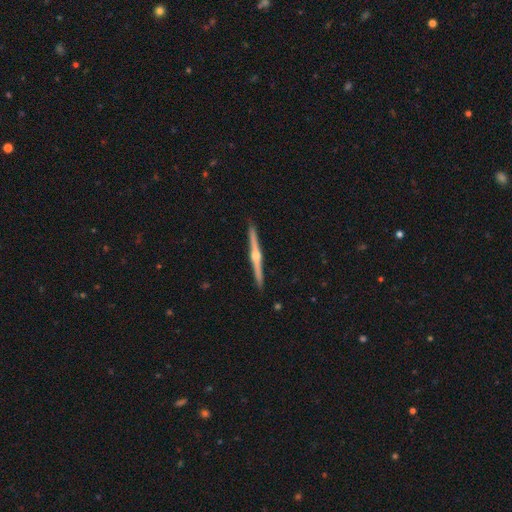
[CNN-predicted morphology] This is clearly a featured or disk galaxy (84%). It is clearly viewed edge-on (99%). Edge-on bulge: clearly rounded (91%). Merging: clearly none (93%).